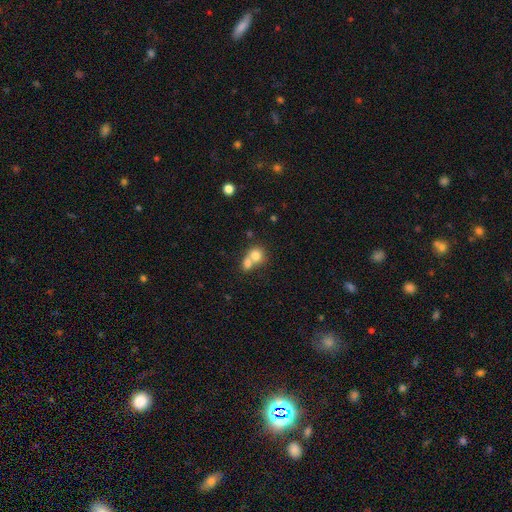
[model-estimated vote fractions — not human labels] Q: Smooth or featured?
A: smooth (76%); runner-up: featured or disk (14%)
Q: How rounded?
A: round (75%); runner-up: in between (24%)
Q: Merging?
A: merger (65%); runner-up: none (27%)